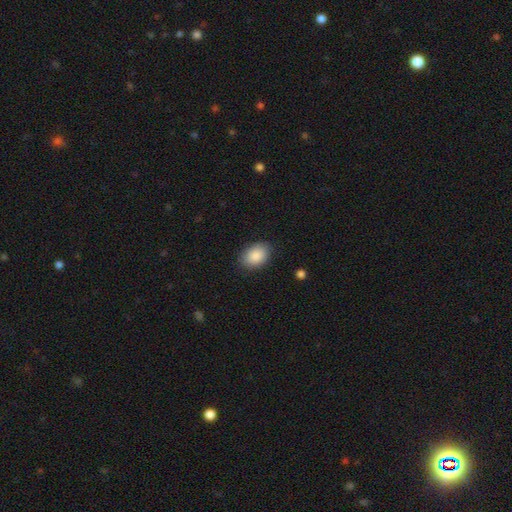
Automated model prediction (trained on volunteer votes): A smooth galaxy with no disk features (89%) that is in between round and cigar-shaped (84%). Merging: none (85%).